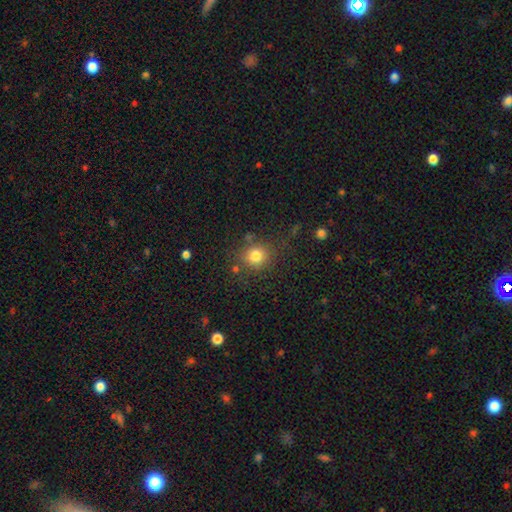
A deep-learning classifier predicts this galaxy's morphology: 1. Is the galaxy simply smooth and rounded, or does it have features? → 80% smooth, 13% star or artifact, 7% featured or disk.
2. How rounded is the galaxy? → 84% round, 15% in between, 1% cigar-shaped.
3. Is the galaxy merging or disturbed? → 78% none, 12% minor disturbance, 5% merger, 5% major disturbance.